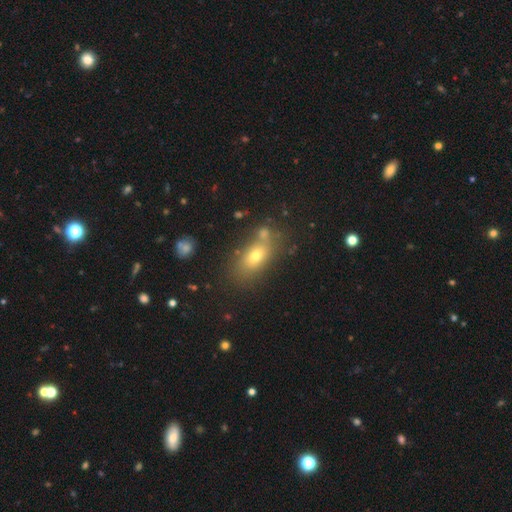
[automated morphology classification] The model was most divided on "merging": none: 64%, merger: 17%, minor disturbance: 14%, major disturbance: 5%. More confident: how rounded — in between (79%); smooth or featured — smooth (69%).